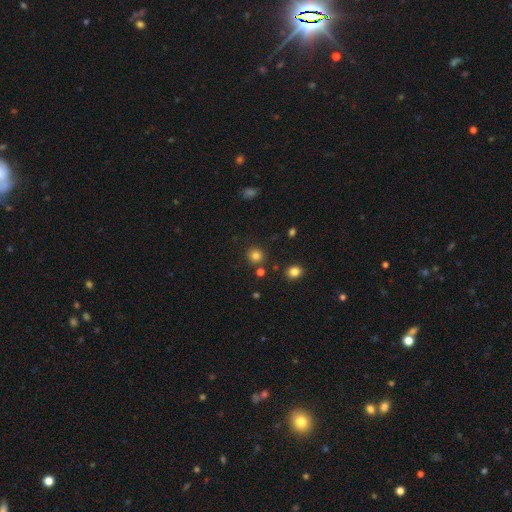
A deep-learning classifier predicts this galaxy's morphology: This appears to be a smooth galaxy with no disk features (80%) that is round (91%). Merging: none (86%).